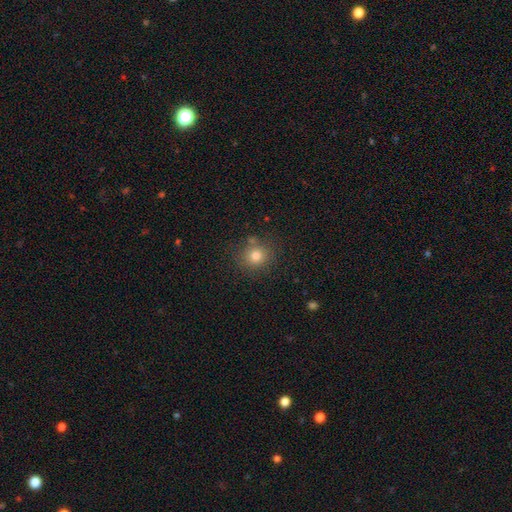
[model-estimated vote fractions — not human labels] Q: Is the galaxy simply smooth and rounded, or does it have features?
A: smooth — 79%.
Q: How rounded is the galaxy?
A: round — 86%.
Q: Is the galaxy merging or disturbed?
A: none — 80%.